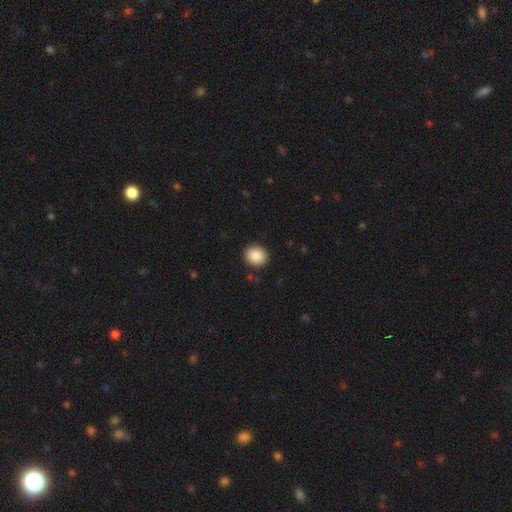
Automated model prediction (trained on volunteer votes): Smooth or featured: smooth — 88% (star or artifact — 8%)
How rounded: round — 69% (in between — 30%)
Merging: none — 90% (minor disturbance — 7%)